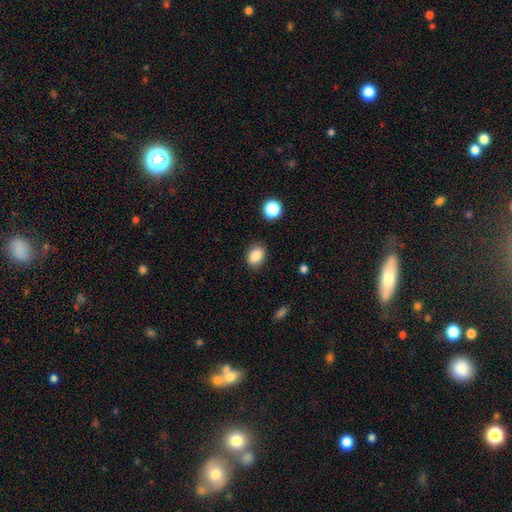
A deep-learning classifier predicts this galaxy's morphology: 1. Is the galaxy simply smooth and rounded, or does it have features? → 86% smooth, 9% star or artifact, 4% featured or disk.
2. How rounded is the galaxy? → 65% in between, 34% round, 1% cigar-shaped.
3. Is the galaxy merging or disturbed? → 84% none, 11% minor disturbance, 3% major disturbance, 2% merger.